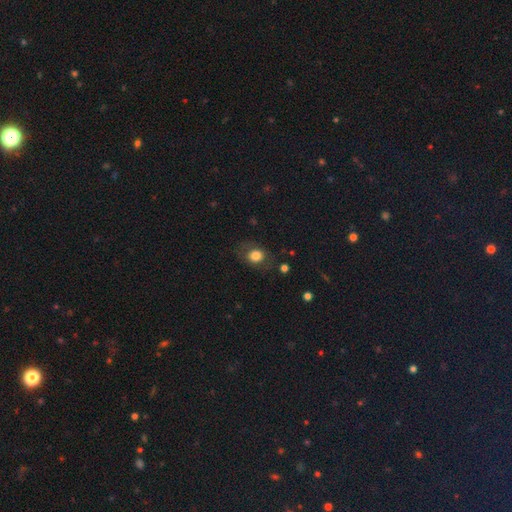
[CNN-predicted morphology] The model was most divided on "how rounded": in between: 52%, round: 47%, cigar-shaped: 1%. More confident: smooth or featured — smooth (77%); merging — none (74%).